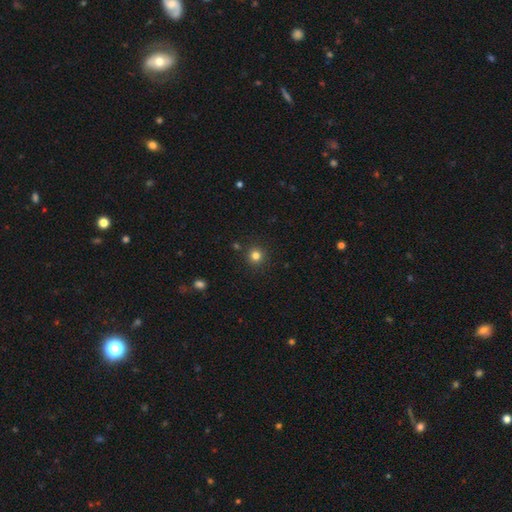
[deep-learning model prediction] smooth_or_featured: smooth (p=0.80) [alt: star or artifact p=0.14]
how_rounded: round (p=0.94) [alt: in between p=0.05]
merging: none (p=0.90) [alt: minor disturbance p=0.06]